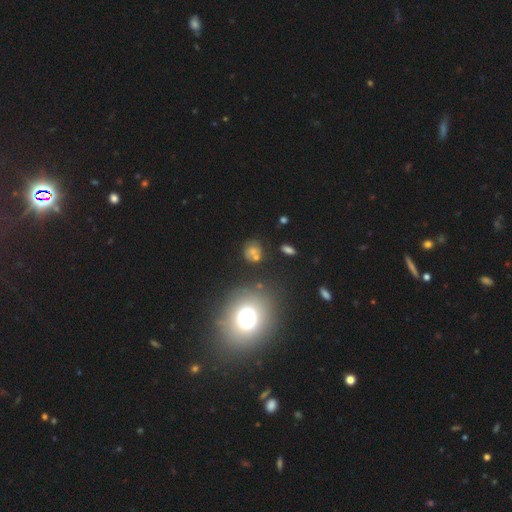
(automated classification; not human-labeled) Morphology: type=smooth (51%); roundness=round (78%); merging=none (71%).